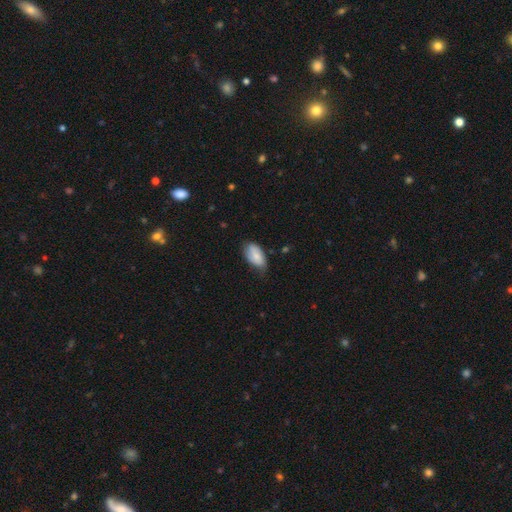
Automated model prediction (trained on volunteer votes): Smooth or featured? Predicted: smooth (p=0.76). How rounded? Predicted: in between (p=0.94). Merging? Predicted: none (p=0.60).